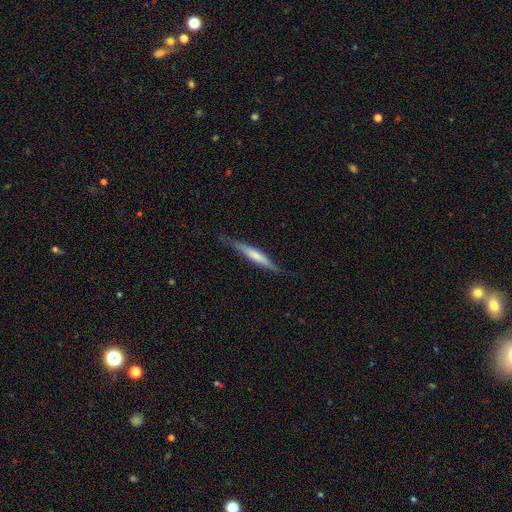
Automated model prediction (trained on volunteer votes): This appears to be a smooth galaxy with no disk features (47%, tied with featured or disk). Merging: none (77%).